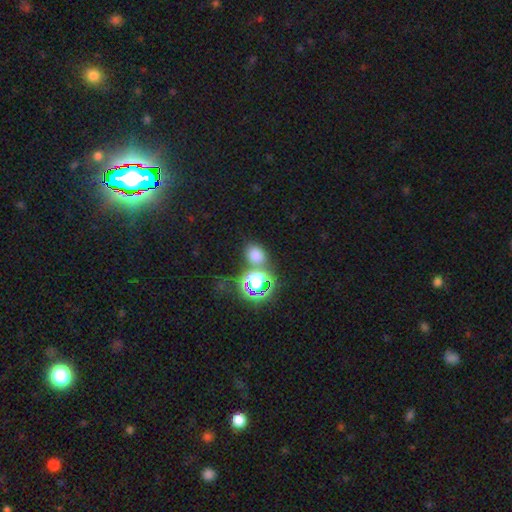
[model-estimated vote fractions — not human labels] Morphology: type=smooth (66%); roundness=round (54%); merging=none (65%).